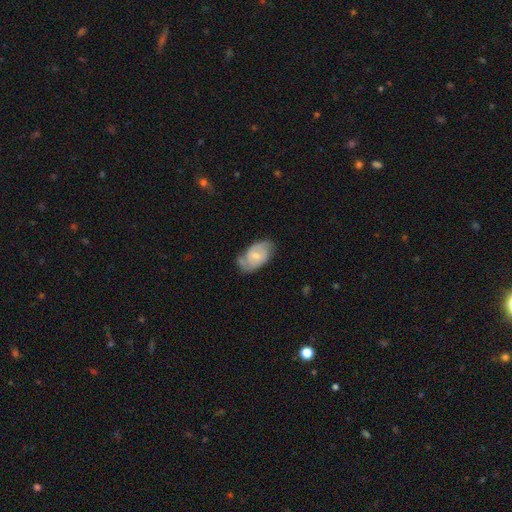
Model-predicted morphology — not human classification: featured or disk 63%, smooth 31%, star or artifact 6%. Down the decision tree: edge-on disk — no (96%); bar — no (46%, tied with weak); spiral arms — yes (87%); spiral arm count — 2 (75%); spiral winding — medium (45%); bulge size — small (49%); merging — none (64%).